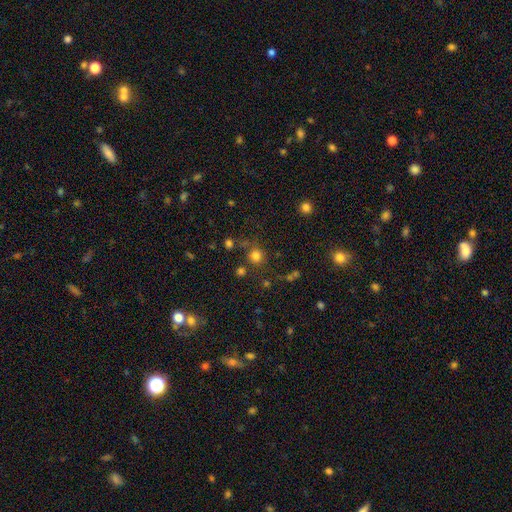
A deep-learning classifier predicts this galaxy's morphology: smooth 75%, star or artifact 18%, featured or disk 6%. Down the decision tree: how rounded — round (90%); merging — none (74%).